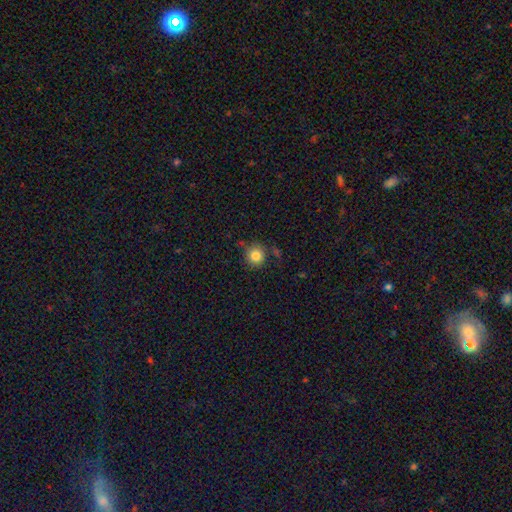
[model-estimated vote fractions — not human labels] smooth-or-featured: smooth: 83% | star or artifact: 11% | featured or disk: 6%
  how-rounded: round: 92% | in between: 7% | cigar-shaped: 1%
  merging: none: 78% | minor disturbance: 13% | merger: 5% | major disturbance: 4%